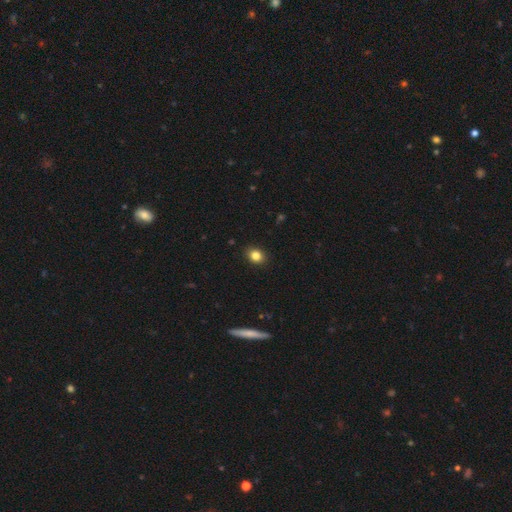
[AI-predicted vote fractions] Q: Smooth or featured?
A: smooth (84%); runner-up: star or artifact (10%)
Q: How rounded?
A: round (51%); runner-up: in between (47%)
Q: Merging?
A: none (89%); runner-up: minor disturbance (8%)